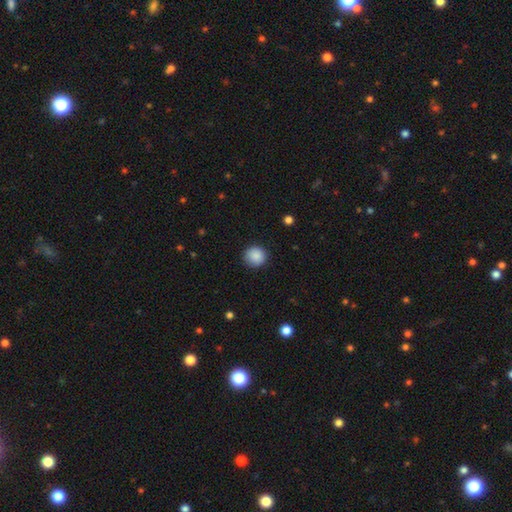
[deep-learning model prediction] Smooth or featured? Predicted: smooth (p=0.88). How rounded? Predicted: round (p=0.93). Merging? Predicted: none (p=0.89).